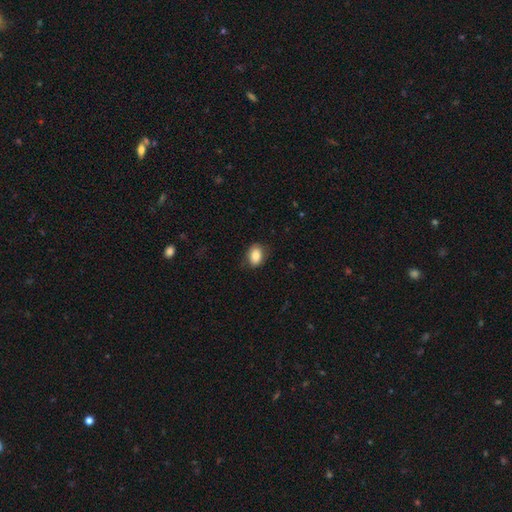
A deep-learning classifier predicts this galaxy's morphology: type=smooth (82%); roundness=in between (78%); merging=none (78%).